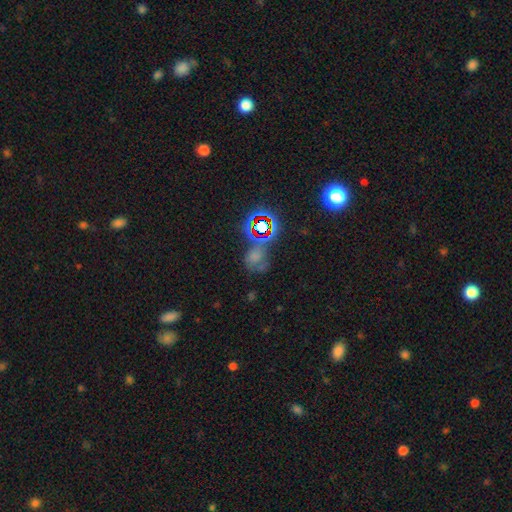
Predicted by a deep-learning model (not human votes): This is marginally a star or artifact rather than a galaxy (41%, tied with smooth).